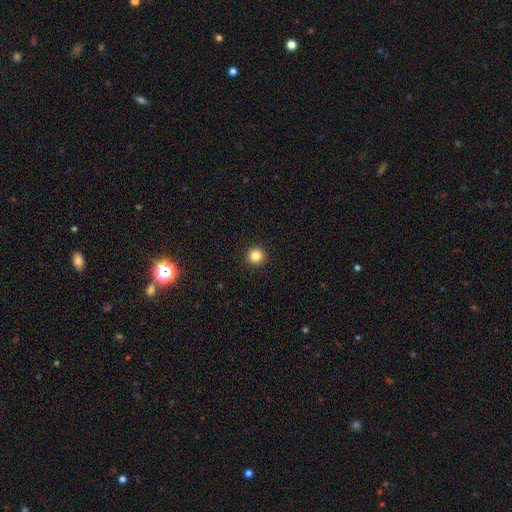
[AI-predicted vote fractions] This appears to be a smooth galaxy with no disk features (84%) that is round (96%). Merging: none (94%).